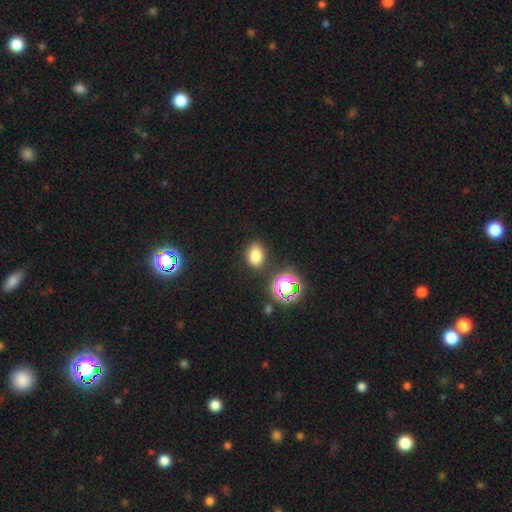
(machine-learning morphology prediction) This is likely a smooth galaxy (76%). How rounded: likely in between (62%). Merging: clearly none (81%).